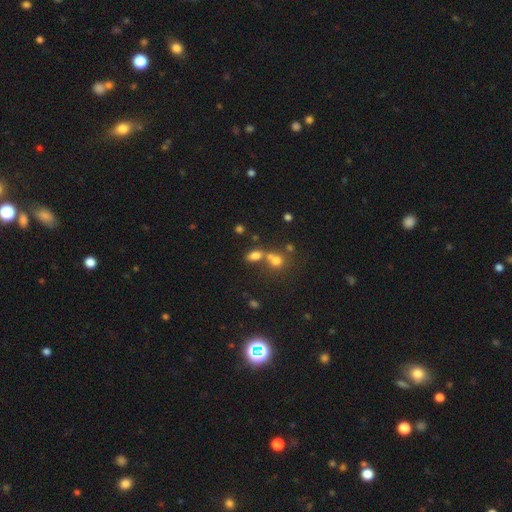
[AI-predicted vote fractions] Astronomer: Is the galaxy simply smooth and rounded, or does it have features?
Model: smooth — 74%.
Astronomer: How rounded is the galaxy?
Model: in between — 79%.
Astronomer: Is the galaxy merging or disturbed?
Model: none — 45% (runner-up: merger, 39%).